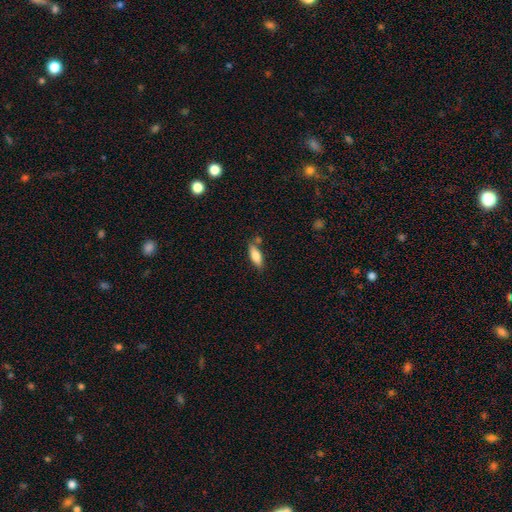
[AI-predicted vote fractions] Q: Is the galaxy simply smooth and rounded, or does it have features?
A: smooth — 77%.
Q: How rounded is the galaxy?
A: in between — 66%.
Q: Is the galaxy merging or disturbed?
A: none — 71%.